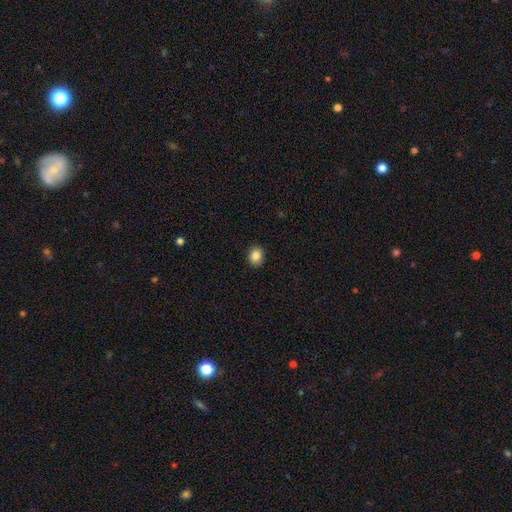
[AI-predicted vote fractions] This appears to be a smooth galaxy with no disk features (86%) that is round (57%). Merging: none (90%).